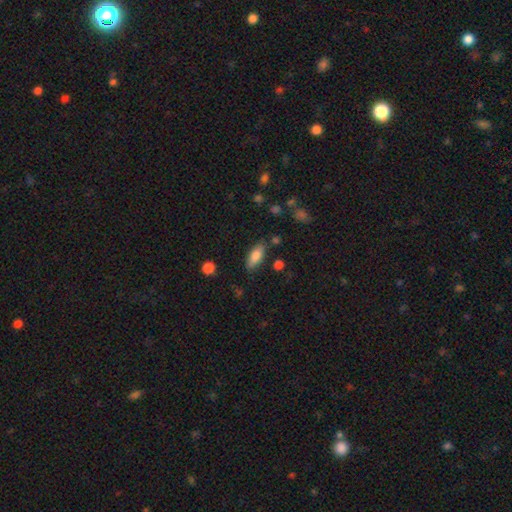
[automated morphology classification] This appears to be a smooth galaxy with no disk features (82%) that is in between round and cigar-shaped (77%). Merging: none (78%).